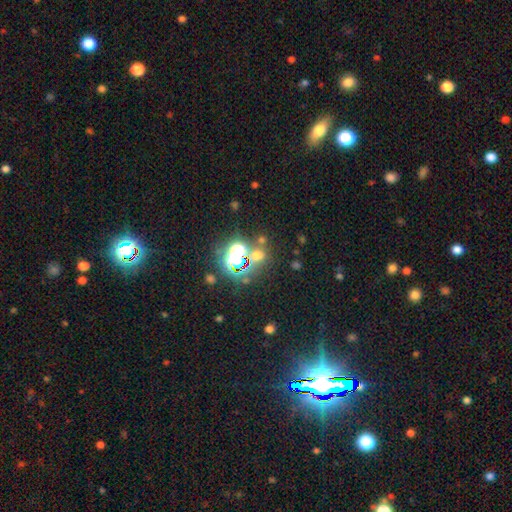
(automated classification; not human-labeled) Smooth or featured: star or artifact — 57% (smooth — 34%)